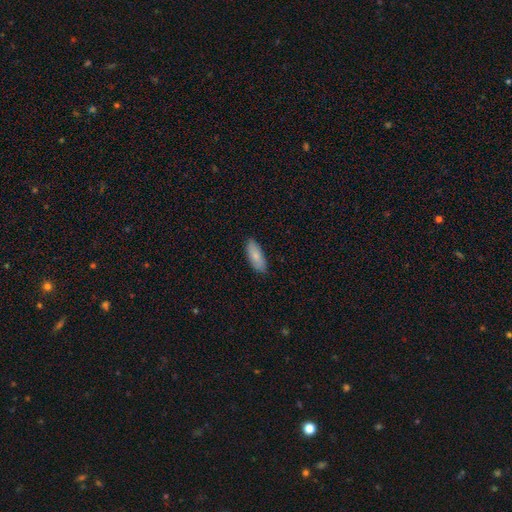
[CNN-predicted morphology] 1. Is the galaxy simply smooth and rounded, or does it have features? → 82% smooth, 12% featured or disk, 6% star or artifact.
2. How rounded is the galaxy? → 79% in between, 20% cigar-shaped, 2% round.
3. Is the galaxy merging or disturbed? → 86% none, 12% minor disturbance, 2% major disturbance, 1% merger.